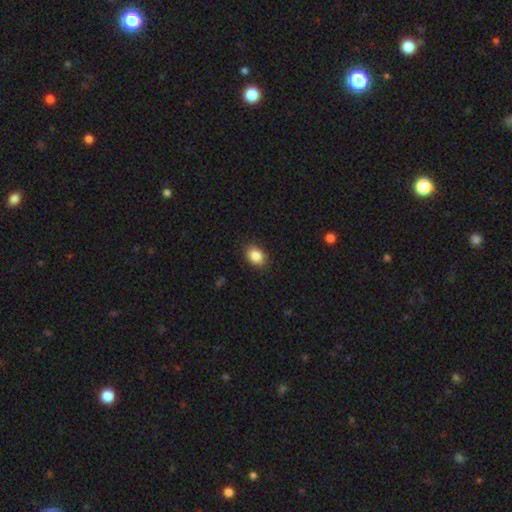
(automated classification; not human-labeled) This is clearly a smooth galaxy (87%). How rounded: likely in between (71%). Merging: clearly none (88%).